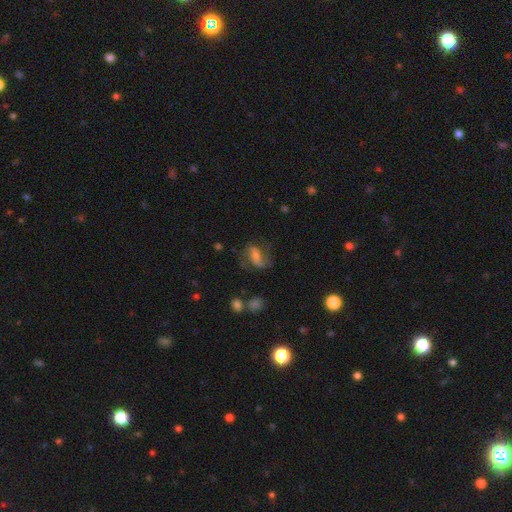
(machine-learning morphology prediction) Smooth or featured: featured or disk — 54% (smooth — 36%)
Edge-on disk: no — 94% (yes — 6%)
Bar: weak — 37% (no — 35%)
Spiral arms: yes — 82% (no — 18%)
Bulge size: small — 46% (moderate — 31%)
Merging: none — 51% (major disturbance — 24%)